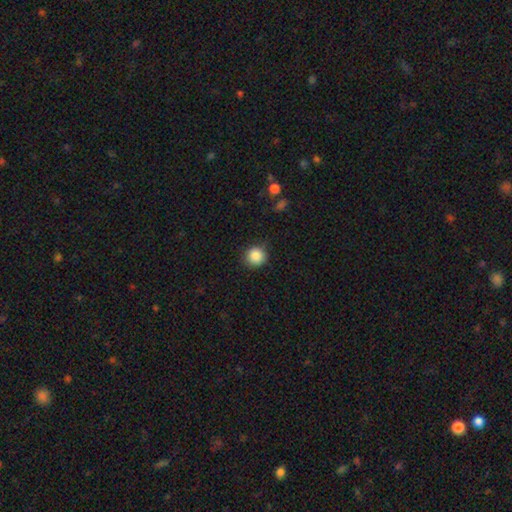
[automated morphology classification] Q: Smooth or featured?
A: smooth (88%); runner-up: star or artifact (9%)
Q: How rounded?
A: round (91%); runner-up: in between (8%)
Q: Merging?
A: none (86%); runner-up: minor disturbance (10%)